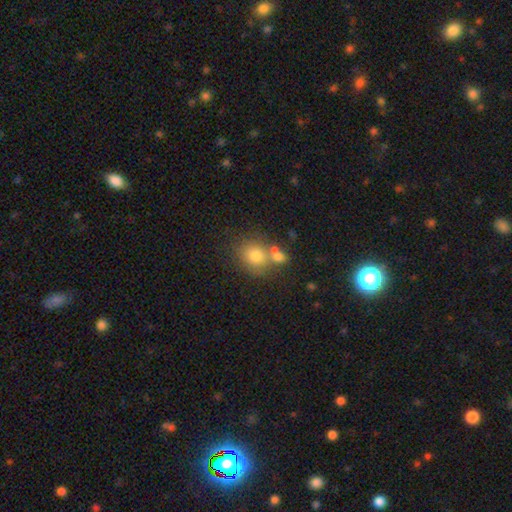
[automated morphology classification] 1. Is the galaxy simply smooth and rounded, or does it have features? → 75% smooth, 13% featured or disk, 12% star or artifact.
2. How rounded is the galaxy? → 68% round, 31% in between, 1% cigar-shaped.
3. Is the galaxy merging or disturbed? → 52% none, 32% merger, 12% minor disturbance, 5% major disturbance.